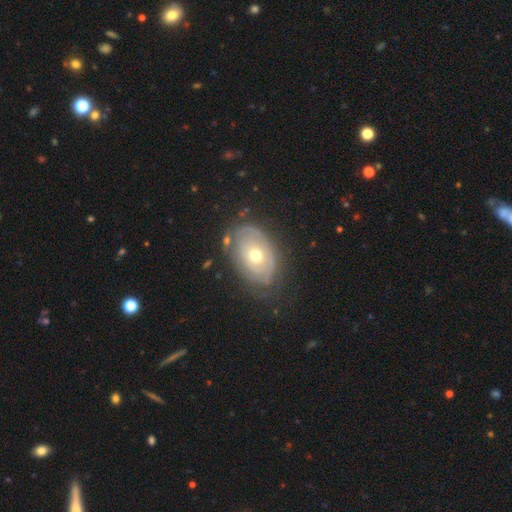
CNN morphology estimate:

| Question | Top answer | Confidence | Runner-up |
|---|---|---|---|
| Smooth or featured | featured or disk | 65% | smooth (29%) |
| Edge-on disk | no | 94% | yes (6%) |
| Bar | no | 89% | weak (9%) |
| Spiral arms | yes | 54% | no (46%) |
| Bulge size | moderate | 68% | small (26%) |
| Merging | none | 69% | minor disturbance (20%) |